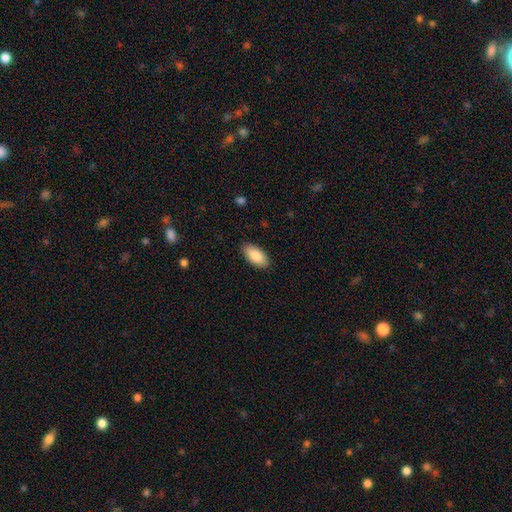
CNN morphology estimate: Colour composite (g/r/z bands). It shows a smooth galaxy with no disk features (87%) that is in between round and cigar-shaped (92%). Merging: none (88%).